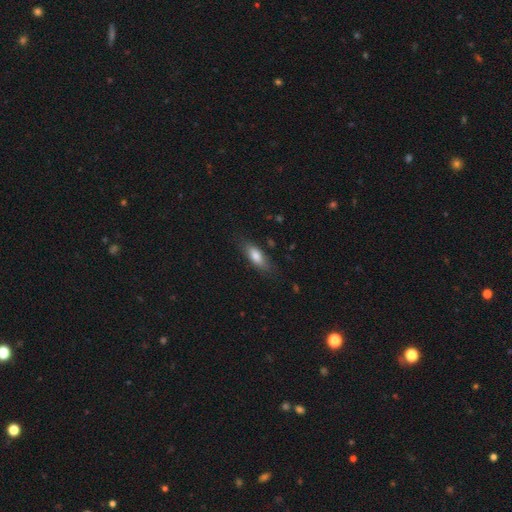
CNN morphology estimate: Smooth or featured? smooth (76%)
How rounded? in between (64%)
Merging? none (78%)